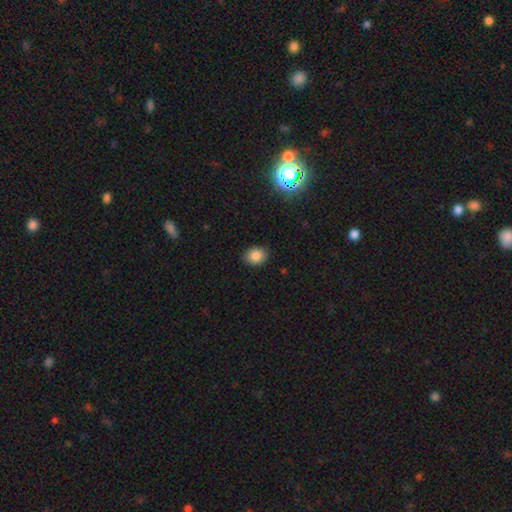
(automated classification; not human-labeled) Smooth or featured?
  - smooth: 84% *
  - star or artifact: 11%
  - featured or disk: 5%
How rounded?
  - in between: 52% *
  - round: 47%
  - cigar-shaped: 1%
Merging?
  - none: 88% *
  - minor disturbance: 9%
  - major disturbance: 2%
  - merger: 1%